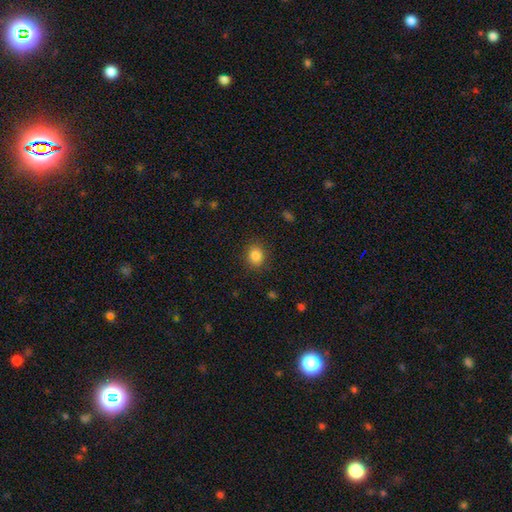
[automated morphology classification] A smooth galaxy with no disk features (86%) that is round (73%). Merging: none (87%).